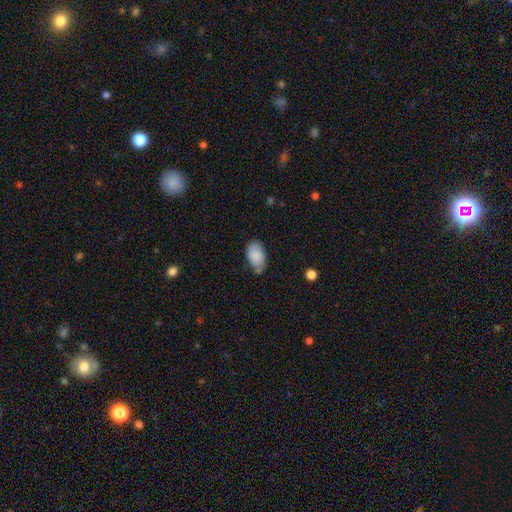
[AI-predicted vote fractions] This appears to be a smooth galaxy with no disk features (87%) that is in between round and cigar-shaped (93%). Merging: none (64%).